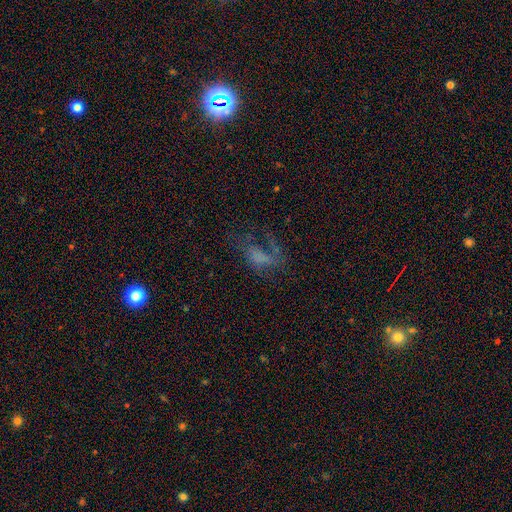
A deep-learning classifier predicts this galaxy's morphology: A smooth galaxy with no disk features (39%). Merging: major disturbance (46%).